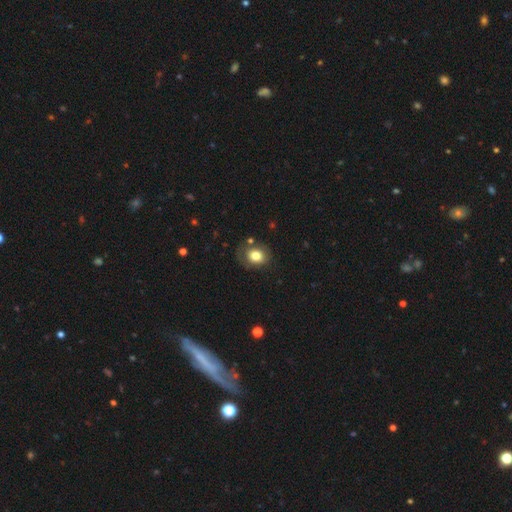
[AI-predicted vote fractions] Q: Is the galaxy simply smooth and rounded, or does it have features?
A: smooth — 75%.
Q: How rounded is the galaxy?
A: round — 61%.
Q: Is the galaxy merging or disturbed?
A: none — 68%.